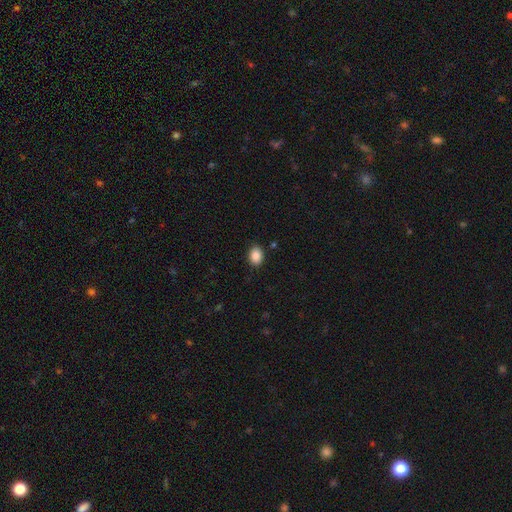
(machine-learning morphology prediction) Smooth or featured? Predicted: smooth (p=0.88). How rounded? Predicted: in between (p=0.67). Merging? Predicted: none (p=0.87).